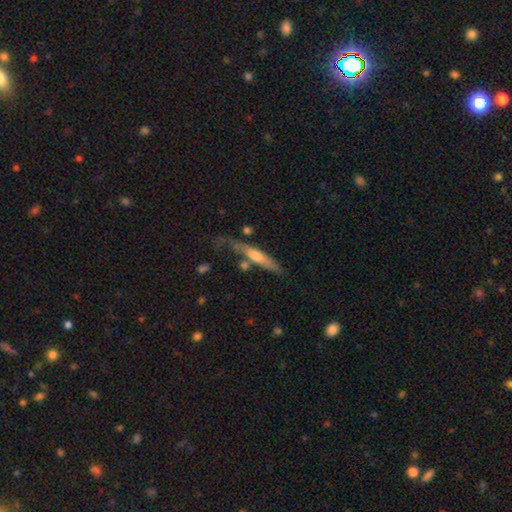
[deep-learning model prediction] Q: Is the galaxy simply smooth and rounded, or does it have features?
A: featured or disk — 51%.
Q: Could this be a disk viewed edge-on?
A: yes — 87%.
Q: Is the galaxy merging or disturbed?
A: none — 52%.